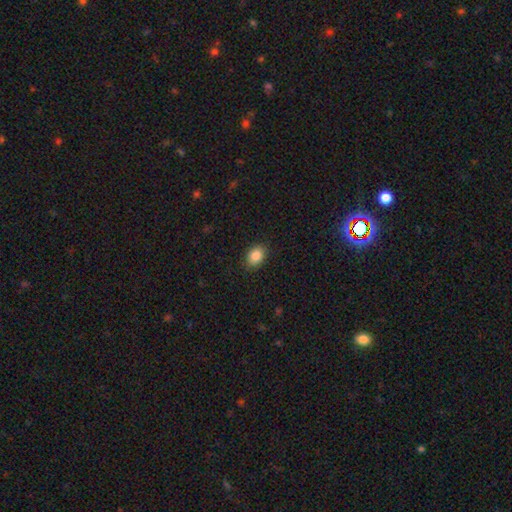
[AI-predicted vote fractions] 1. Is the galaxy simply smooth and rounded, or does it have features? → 87% smooth, 8% star or artifact, 5% featured or disk.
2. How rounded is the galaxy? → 76% in between, 23% round, 1% cigar-shaped.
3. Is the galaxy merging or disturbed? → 88% none, 9% minor disturbance, 2% major disturbance, 1% merger.